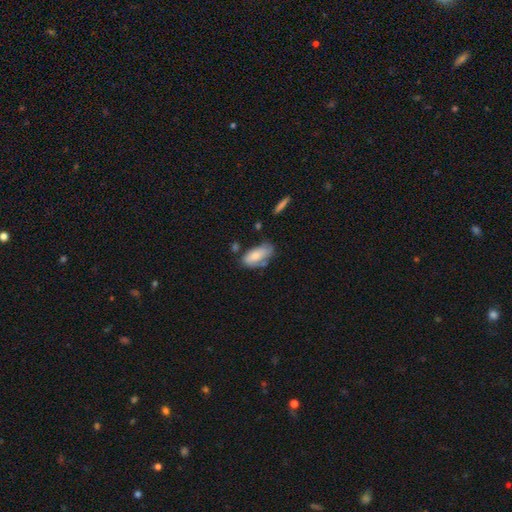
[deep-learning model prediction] This is likely a smooth galaxy (76%). How rounded: clearly in between (90%). Merging: possibly none (48%).